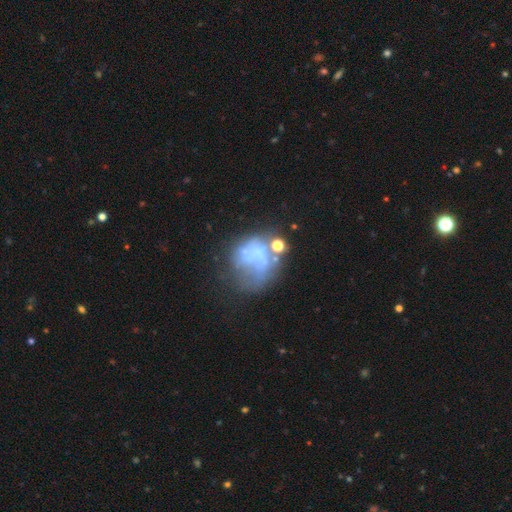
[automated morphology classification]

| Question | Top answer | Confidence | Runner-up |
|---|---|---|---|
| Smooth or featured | featured or disk | 48% | smooth (33%) |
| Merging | none | 35% | major disturbance (31%) |